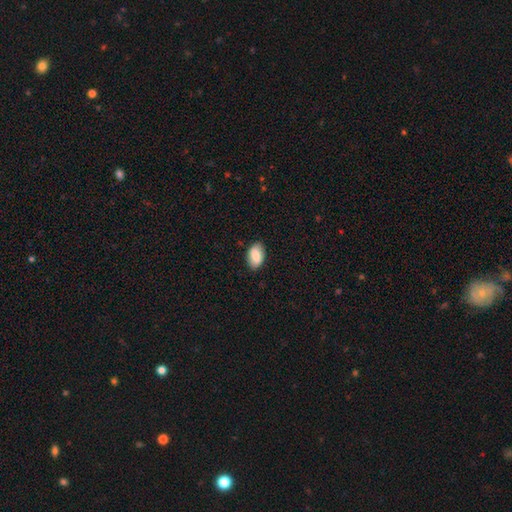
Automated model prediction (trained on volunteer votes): Smooth or featured? smooth (83%)
How rounded? in between (93%)
Merging? none (86%)